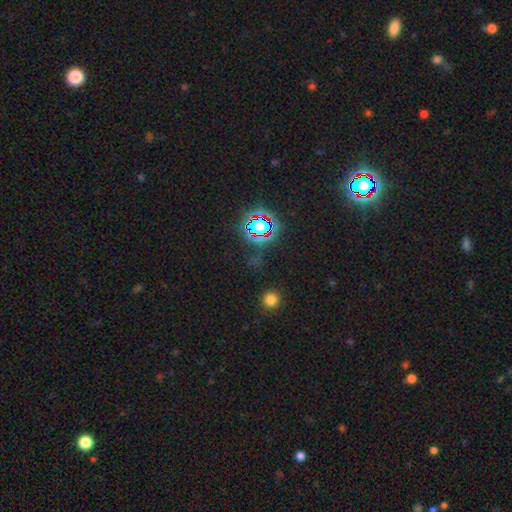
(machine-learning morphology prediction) smooth_or_featured: star or artifact (p=0.70) [alt: smooth p=0.23]